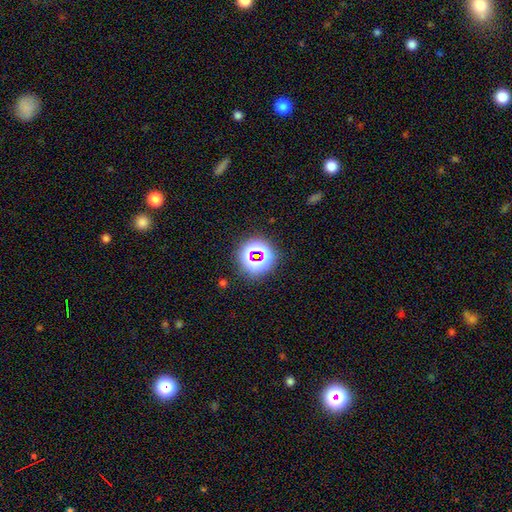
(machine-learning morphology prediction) The model was most divided on "smooth or featured": star or artifact: 63%, smooth: 27%, featured or disk: 10%.